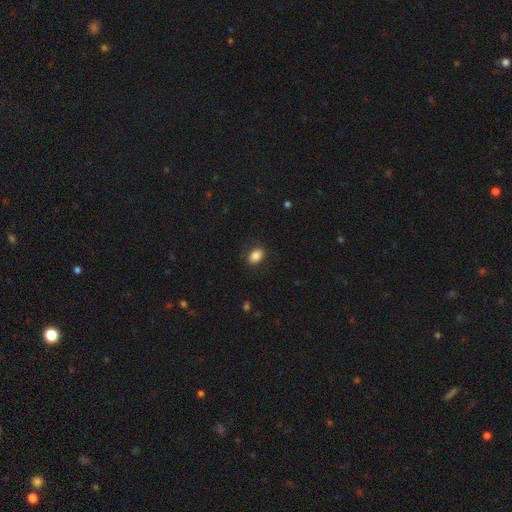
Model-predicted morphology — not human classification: Smooth or featured: smooth — 86% (star or artifact — 9%)
How rounded: in between — 82% (round — 17%)
Merging: none — 85% (minor disturbance — 10%)